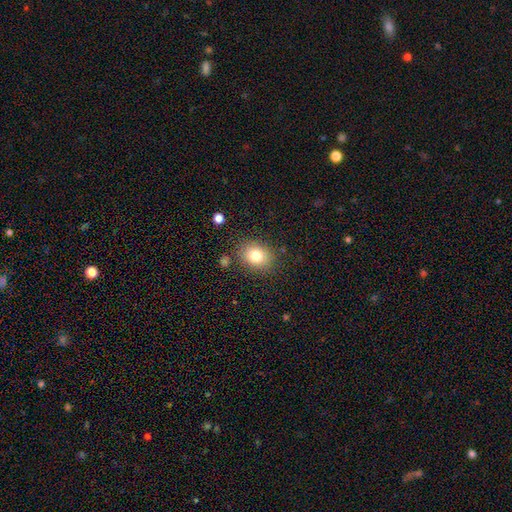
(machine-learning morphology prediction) Smooth or featured? smooth (79%)
How rounded? round (50%)
Merging? none (82%)